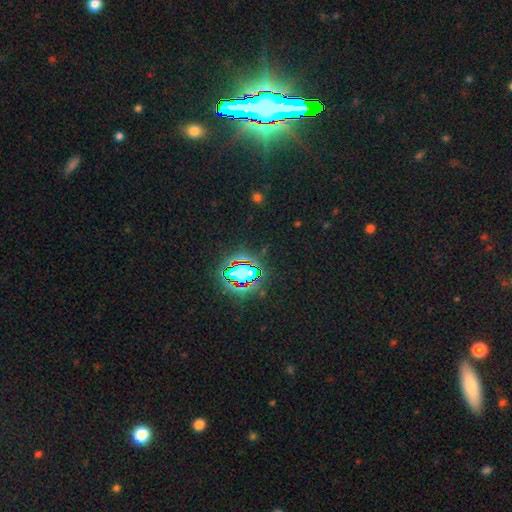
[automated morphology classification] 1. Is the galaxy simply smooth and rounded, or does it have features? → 83% star or artifact, 9% smooth, 8% featured or disk.